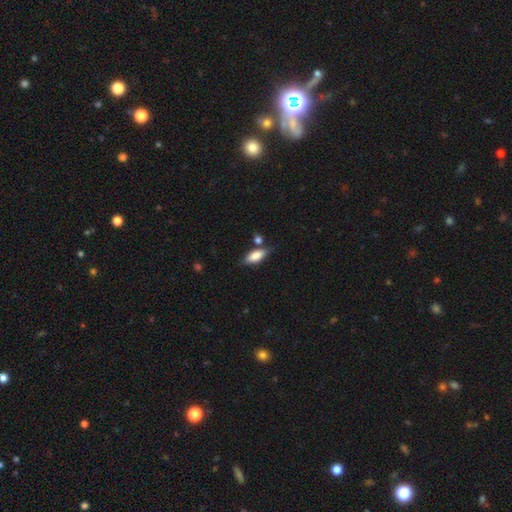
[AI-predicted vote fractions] This appears to be a smooth galaxy with no disk features (79%) that is in between round and cigar-shaped (77%). Merging: none (67%).